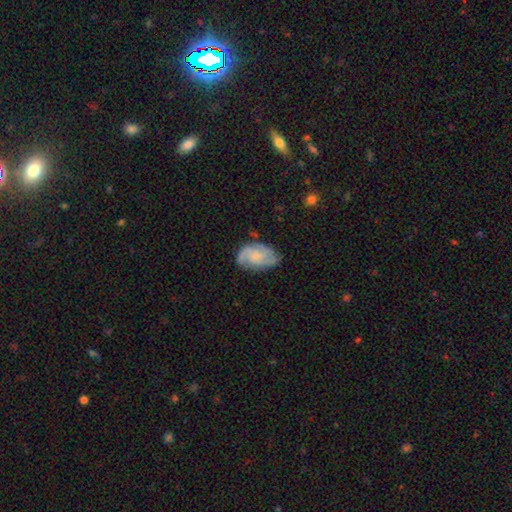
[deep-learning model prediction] Smooth or featured?
  - featured or disk: 75% *
  - smooth: 19%
  - star or artifact: 6%
Edge-on disk?
  - no: 97% *
  - yes: 3%
Bar?
  - no: 65% *
  - weak: 31%
  - strong: 4%
Spiral arms?
  - yes: 95% *
  - no: 5%
Spiral winding?
  - tight: 44% *
  - medium: 43%
  - loose: 13%
Spiral arm count?
  - 2: 36% *
  - 3: 34%
  - can't tell: 17%
  - 4: 5%
  - 1: 4%
  - more than 4: 4%
Bulge size?
  - small: 55% *
  - moderate: 23%
  - none: 19%
  - large: 2%
  - dominant: 1%
Merging?
  - none: 69% *
  - minor disturbance: 22%
  - major disturbance: 7%
  - merger: 2%